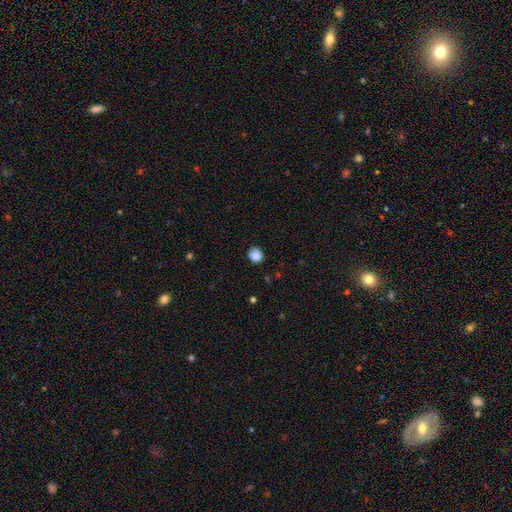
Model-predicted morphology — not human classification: A smooth galaxy with no disk features (85%) that is round (71%). Merging: none (76%).